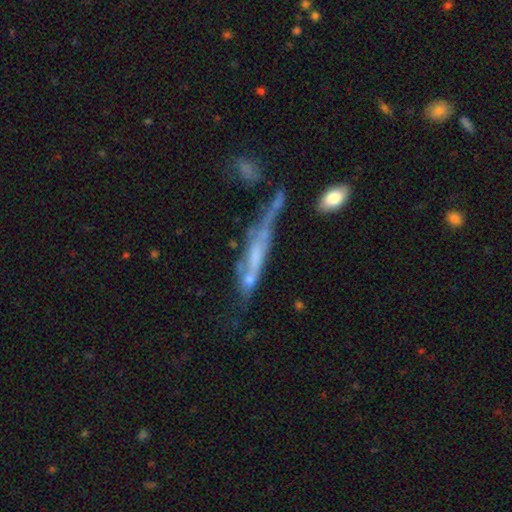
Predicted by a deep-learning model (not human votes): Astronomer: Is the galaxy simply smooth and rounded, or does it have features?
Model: featured or disk — 60%.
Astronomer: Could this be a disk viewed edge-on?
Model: yes — 65%.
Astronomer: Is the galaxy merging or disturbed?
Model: none — 35% (runner-up: major disturbance, 24%).